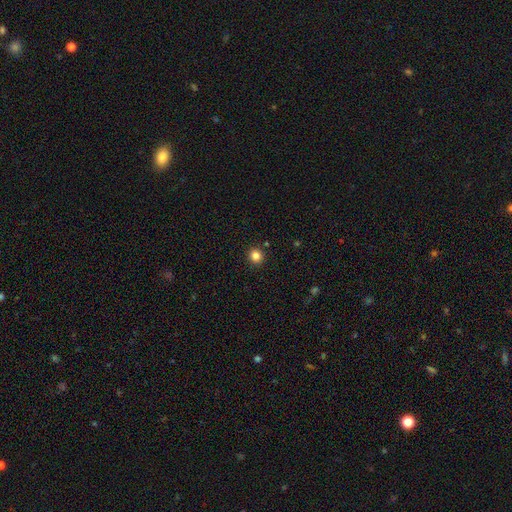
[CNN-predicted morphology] type=smooth (83%); roundness=round (91%); merging=none (92%).